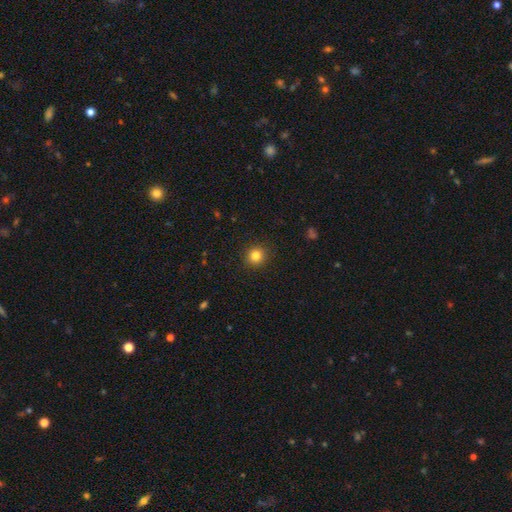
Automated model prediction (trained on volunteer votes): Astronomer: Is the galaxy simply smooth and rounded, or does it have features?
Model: smooth — 83%.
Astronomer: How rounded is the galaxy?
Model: round — 91%.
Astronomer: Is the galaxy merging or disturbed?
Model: none — 91%.